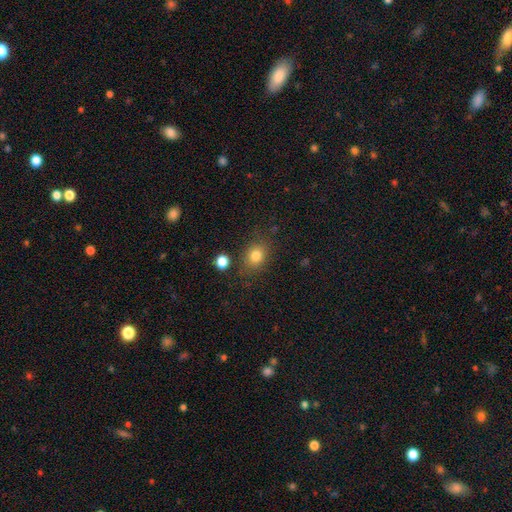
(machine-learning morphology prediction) The model was most divided on "how rounded": in between: 50%, round: 49%, cigar-shaped: 1%. More confident: smooth or featured — smooth (81%); merging — none (77%).